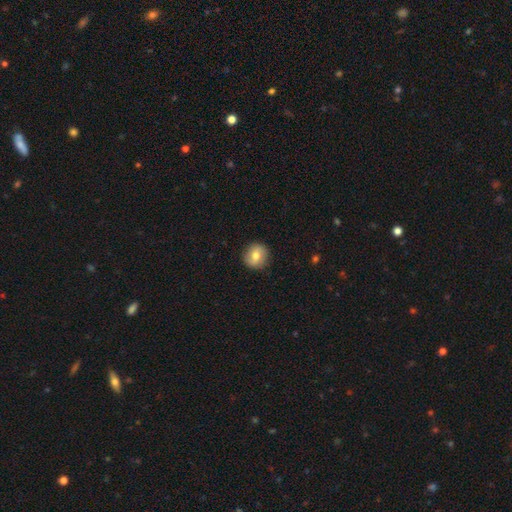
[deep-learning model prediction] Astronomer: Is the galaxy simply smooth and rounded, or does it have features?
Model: smooth — 73%.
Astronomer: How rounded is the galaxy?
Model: round — 90%.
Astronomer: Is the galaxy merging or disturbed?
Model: none — 89%.